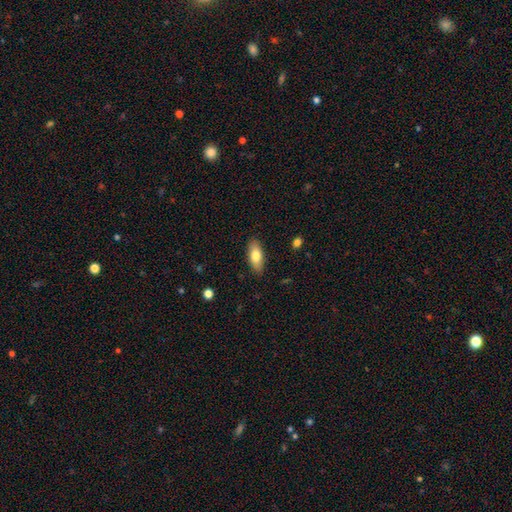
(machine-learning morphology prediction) Overall: smooth (77%). How rounded: in between (80%). Merging: none (88%).